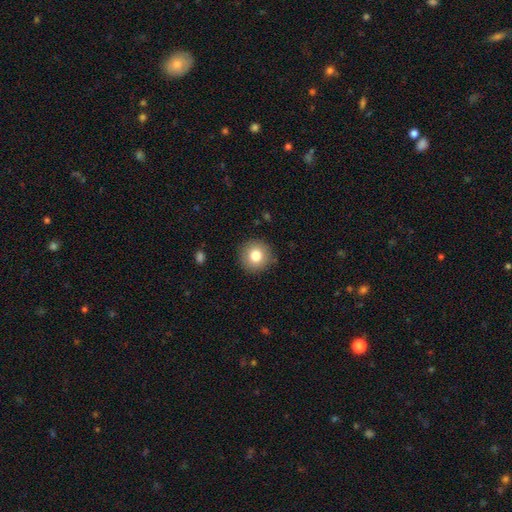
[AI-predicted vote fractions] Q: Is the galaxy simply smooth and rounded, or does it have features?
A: smooth — 80%.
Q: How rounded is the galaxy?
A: round — 94%.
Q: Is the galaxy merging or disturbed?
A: none — 90%.